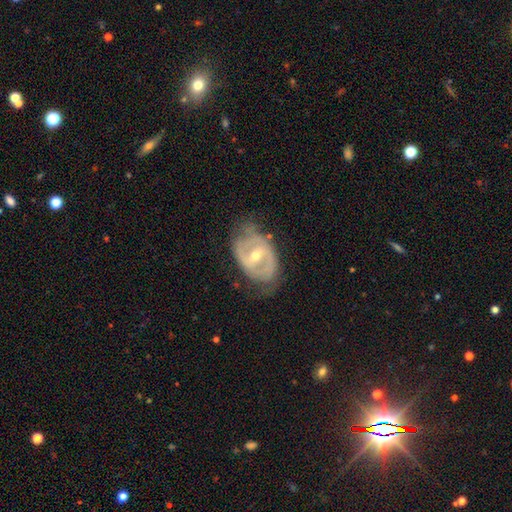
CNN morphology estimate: Smooth or featured? Predicted: featured or disk (p=0.81). Edge-on disk? Predicted: no (p=0.95). Bar? Predicted: weak (p=0.44). Spiral arms? Predicted: yes (p=0.78). Spiral winding? Predicted: medium (p=0.43). Spiral arm count? Predicted: 2 (p=0.72). Bulge size? Predicted: moderate (p=0.58). Merging? Predicted: none (p=0.63).